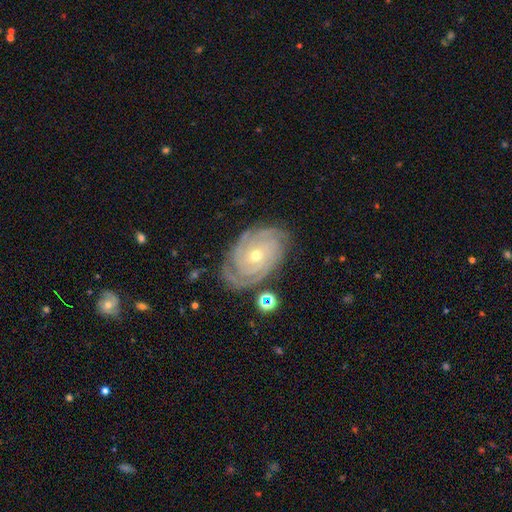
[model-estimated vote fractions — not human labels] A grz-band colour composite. It shows a featured or disk galaxy (89%) with no bar (74%), 3 (27%) tight (82%) spiral arms (98%) and a small central bulge (60%). Merging: none (79%).